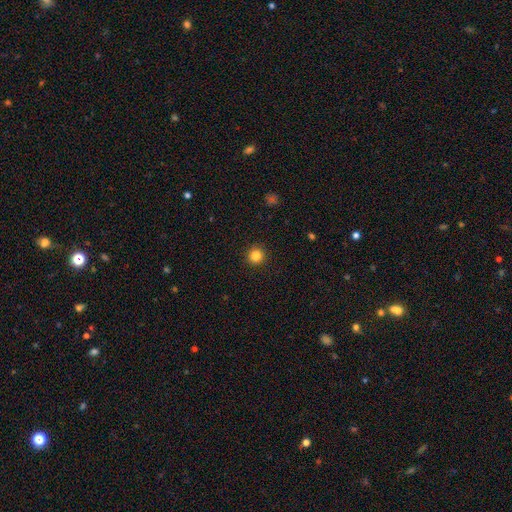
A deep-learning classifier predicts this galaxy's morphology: A smooth galaxy with no disk features (84%) that is round (95%).

Vote fractions:
- Smooth or featured? smooth: 84% / star or artifact: 11% / featured or disk: 4%
- How rounded? round: 95% / in between: 4% / cigar-shaped: 1%
- Merging? none: 93% / minor disturbance: 5% / major disturbance: 2% / merger: 1%